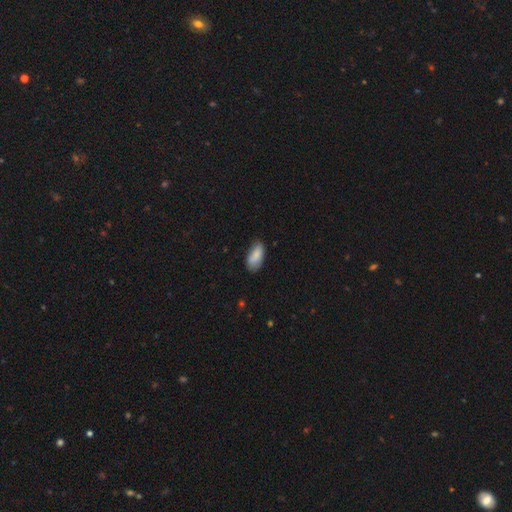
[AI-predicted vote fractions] This appears to be a smooth galaxy with no disk features (86%) that is in between round and cigar-shaped (91%). Merging: none (69%).